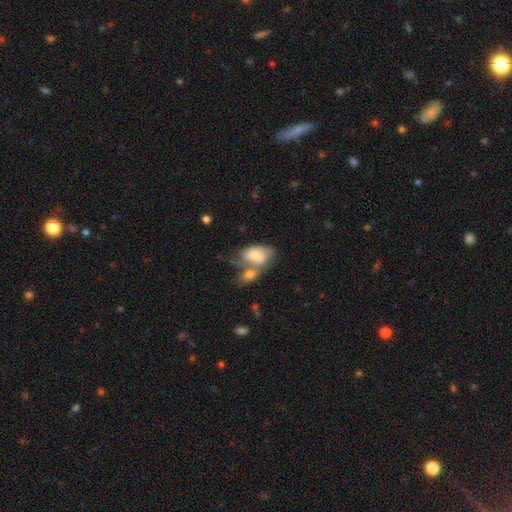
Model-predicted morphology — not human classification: type=smooth (58%); roundness=in between (89%); merging=merger (56%).